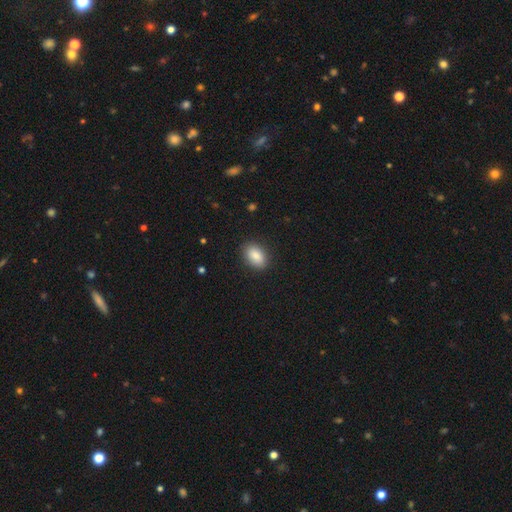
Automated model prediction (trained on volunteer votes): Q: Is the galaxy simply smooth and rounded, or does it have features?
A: smooth — 88%.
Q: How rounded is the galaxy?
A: in between — 89%.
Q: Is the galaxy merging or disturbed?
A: none — 88%.